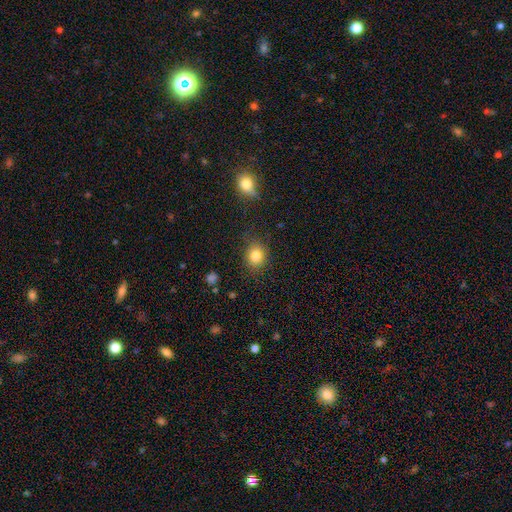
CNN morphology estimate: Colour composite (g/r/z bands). It shows a smooth galaxy with no disk features (82%) that is round (68%). Merging: none (83%).